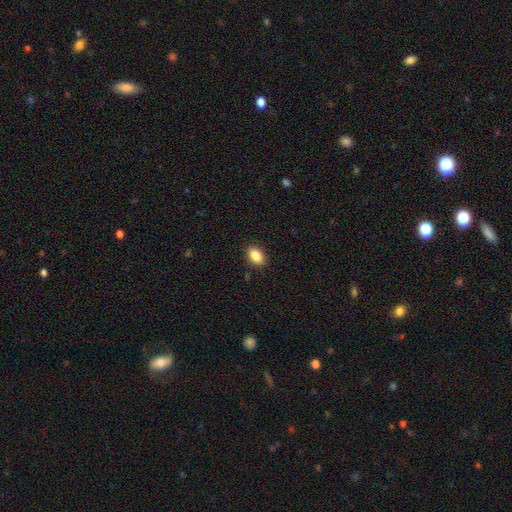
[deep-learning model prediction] This is clearly a smooth galaxy (87%). How rounded: clearly in between (86%). Merging: clearly none (88%).